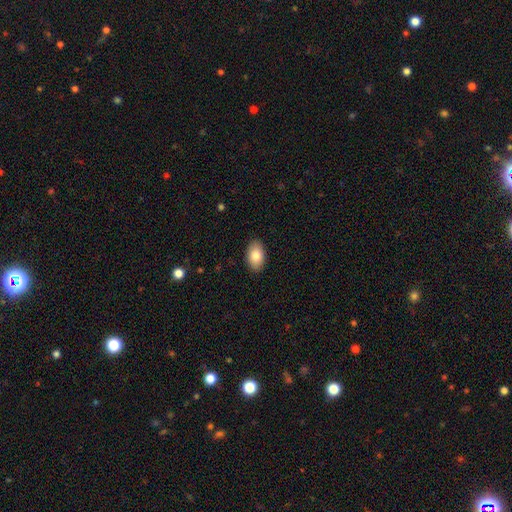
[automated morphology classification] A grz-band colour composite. It shows a smooth galaxy with no disk features (83%) that is in between round and cigar-shaped (92%). Merging: none (89%).